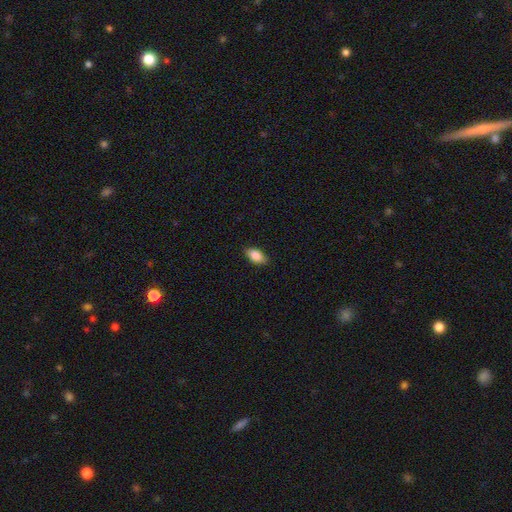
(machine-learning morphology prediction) This appears to be a smooth galaxy with no disk features (86%) that is in between round and cigar-shaped (90%). Merging: none (85%).